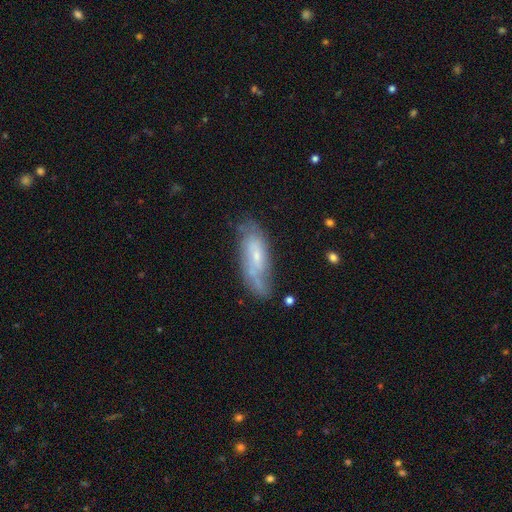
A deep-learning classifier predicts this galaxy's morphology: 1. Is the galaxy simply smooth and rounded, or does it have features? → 58% featured or disk, 34% smooth, 8% star or artifact.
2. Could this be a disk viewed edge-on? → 82% no, 18% yes.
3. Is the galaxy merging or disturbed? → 54% none, 26% minor disturbance, 13% major disturbance, 7% merger.